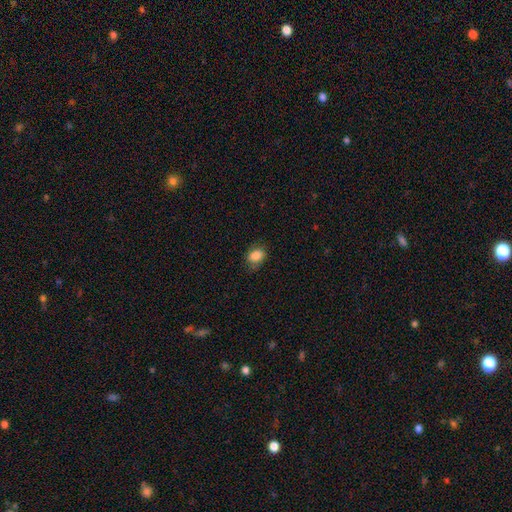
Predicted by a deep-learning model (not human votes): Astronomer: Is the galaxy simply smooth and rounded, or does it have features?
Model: smooth — 84%.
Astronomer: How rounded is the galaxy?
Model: in between — 67%.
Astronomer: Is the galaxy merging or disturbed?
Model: none — 71%.